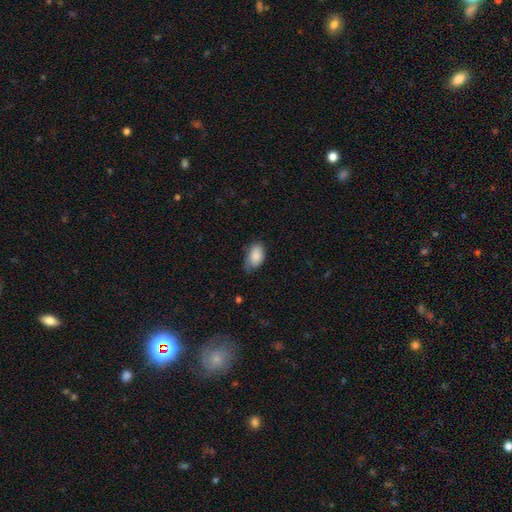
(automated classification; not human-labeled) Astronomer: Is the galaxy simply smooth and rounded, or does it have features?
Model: smooth — 84%.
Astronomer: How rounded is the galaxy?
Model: in between — 92%.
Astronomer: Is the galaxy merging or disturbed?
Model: none — 54% (runner-up: minor disturbance, 36%).